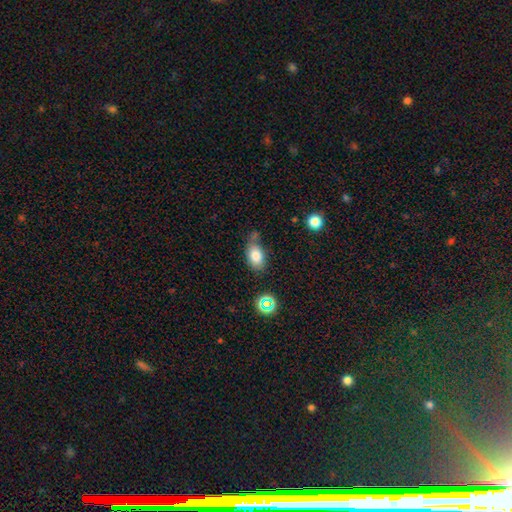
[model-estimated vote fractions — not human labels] A smooth galaxy with no disk features (79%) that is in between round and cigar-shaped (86%). Merging: none (54%).